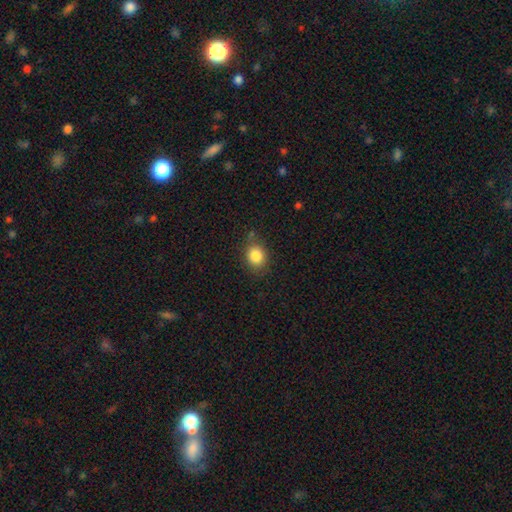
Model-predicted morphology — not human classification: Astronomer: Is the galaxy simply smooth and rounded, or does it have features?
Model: smooth — 84%.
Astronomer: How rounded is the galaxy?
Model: round — 60% (runner-up: in between, 39%).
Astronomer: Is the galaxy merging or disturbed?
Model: none — 77%.